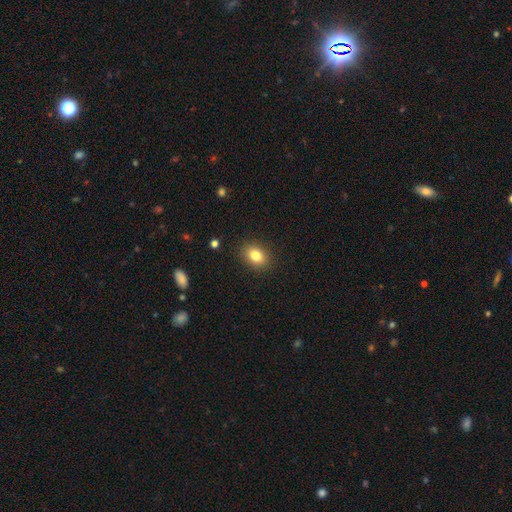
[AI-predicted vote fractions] A smooth galaxy with no disk features (83%) that is in between round and cigar-shaped (75%).

Vote fractions:
- Smooth or featured? smooth: 83% / star or artifact: 10% / featured or disk: 8%
- How rounded? in between: 75% / round: 24% / cigar-shaped: 1%
- Merging? none: 88% / minor disturbance: 8% / major disturbance: 2% / merger: 1%